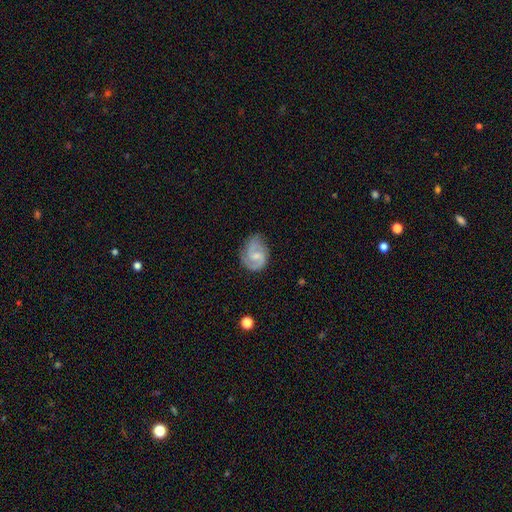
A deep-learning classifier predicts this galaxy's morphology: A featured or disk galaxy (73%) with a weak bar (52%), 2 (78%) medium (51%) spiral arms (94%) and a small central bulge (47%).

Vote fractions:
- Smooth or featured? featured or disk: 73% / smooth: 21% / star or artifact: 6%
- Edge-on disk? no: 98% / yes: 2%
- Bar? weak: 52% / no: 40% / strong: 9%
- Spiral arms? yes: 94% / no: 6%
- Spiral winding? medium: 51% / tight: 27% / loose: 22%
- Spiral arm count? 2: 78% / can't tell: 8% / 1: 7% / 3: 5% / 4: 1% / more than 4: 1%
- Bulge size? small: 47% / moderate: 32% / none: 18% / large: 2% / dominant: 1%
- Merging? none: 61% / minor disturbance: 27% / major disturbance: 11% / merger: 2%